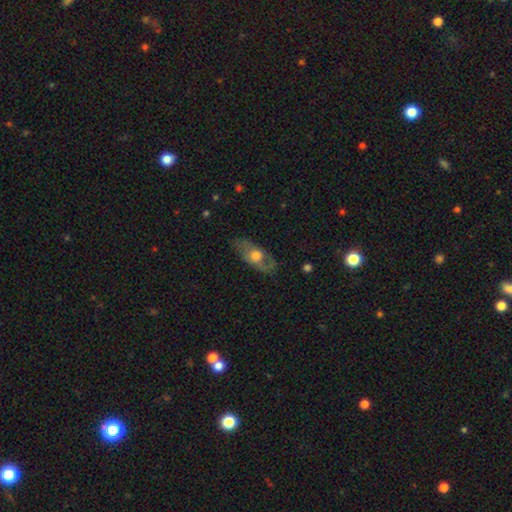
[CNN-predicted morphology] The model was most divided on "smooth or featured": featured or disk: 49%, smooth: 44%, star or artifact: 7%. More confident: merging — none (69%).